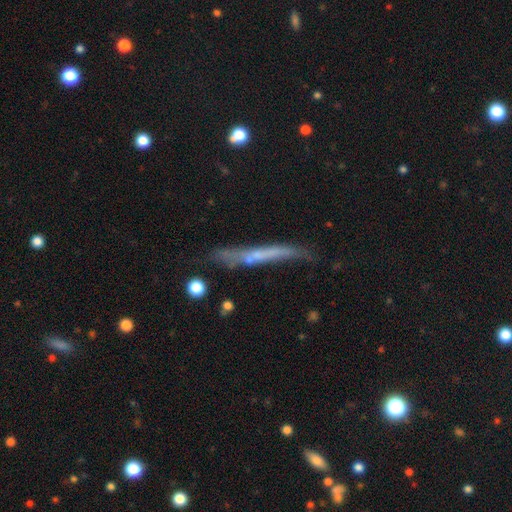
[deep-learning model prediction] This is possibly a featured or disk galaxy (51%). It is clearly viewed edge-on (83%). Merging: possibly none (57%).